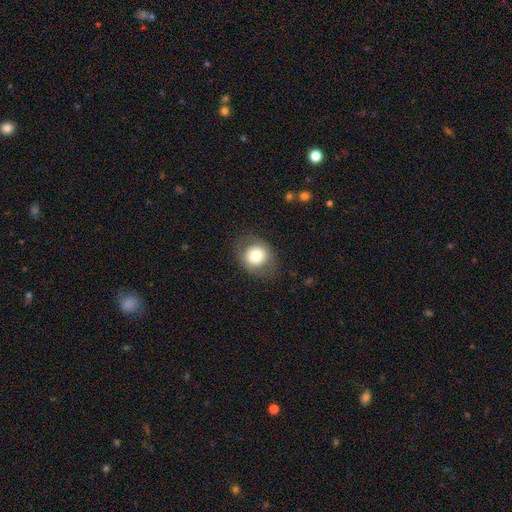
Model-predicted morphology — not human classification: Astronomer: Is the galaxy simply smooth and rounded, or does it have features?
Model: smooth — 74%.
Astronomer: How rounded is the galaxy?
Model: round — 74%.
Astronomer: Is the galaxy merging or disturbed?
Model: none — 81%.